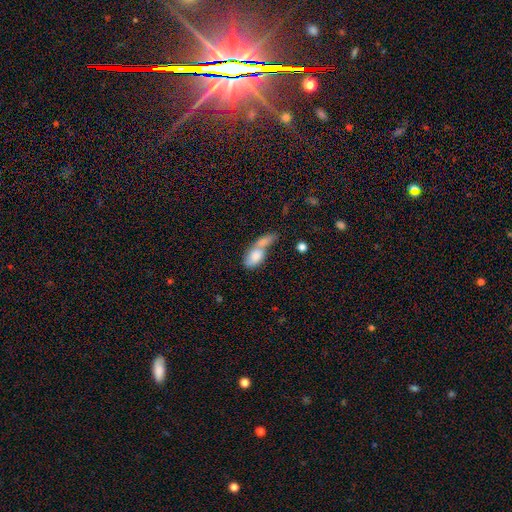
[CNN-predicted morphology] Smooth or featured? Predicted: smooth (p=0.75). How rounded? Predicted: in between (p=0.83). Merging? Predicted: merger (p=0.70).